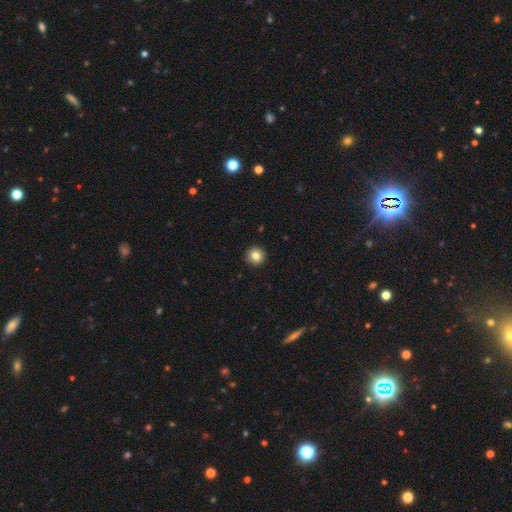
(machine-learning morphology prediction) The model was most divided on "smooth or featured": smooth: 83%, star or artifact: 10%, featured or disk: 7%. More confident: how rounded — round (96%); merging — none (93%).